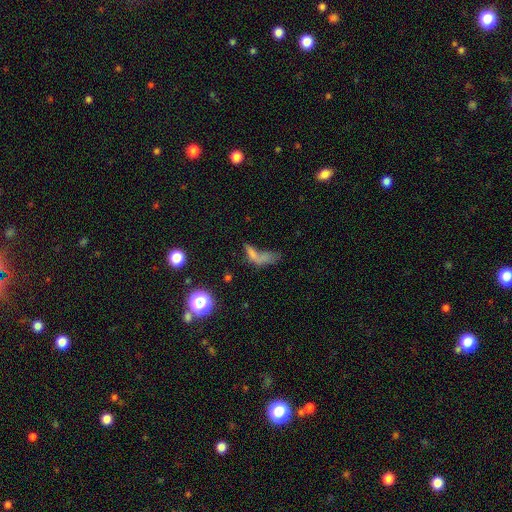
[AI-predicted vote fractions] A smooth galaxy with no disk features (56%) that is in between round and cigar-shaped (58%). Merging: merger (39%).